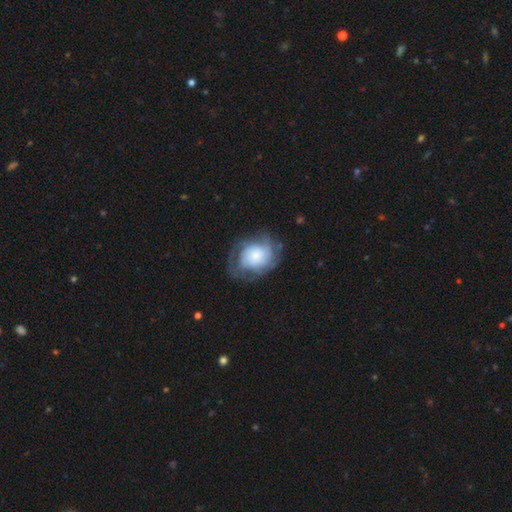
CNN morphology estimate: smooth-or-featured: featured or disk: 56% | smooth: 36% | star or artifact: 8%
  disk-edge-on: no: 97% | yes: 3%
    bar: no: 83% | weak: 14% | strong: 3%
    has-spiral-arms: yes: 80% | no: 20%
    bulge-size: large: 36% | small: 26% | moderate: 20% | dominant: 12% | none: 7%
  merging: none: 59% | minor disturbance: 23% | major disturbance: 17% | merger: 2%